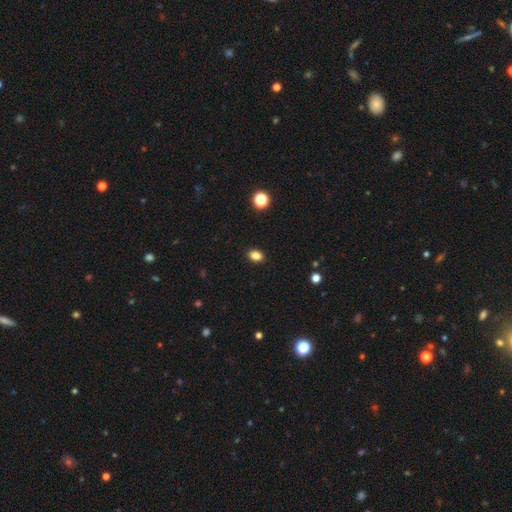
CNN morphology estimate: Smooth or featured: smooth — 85% (star or artifact — 11%)
How rounded: in between — 72% (round — 27%)
Merging: none — 90% (minor disturbance — 7%)